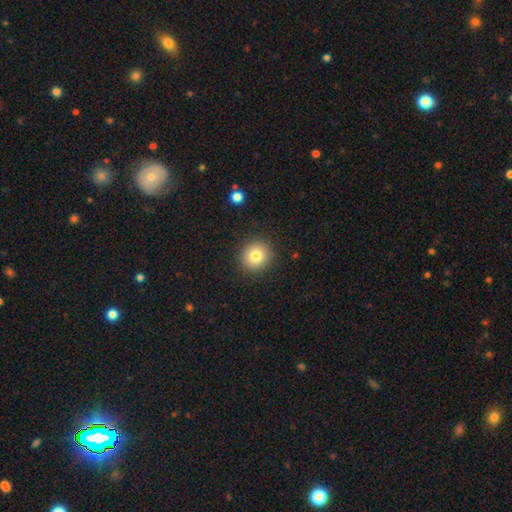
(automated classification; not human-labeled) smooth 80%, star or artifact 11%, featured or disk 10%. Down the decision tree: how rounded — round (89%); merging — none (90%).